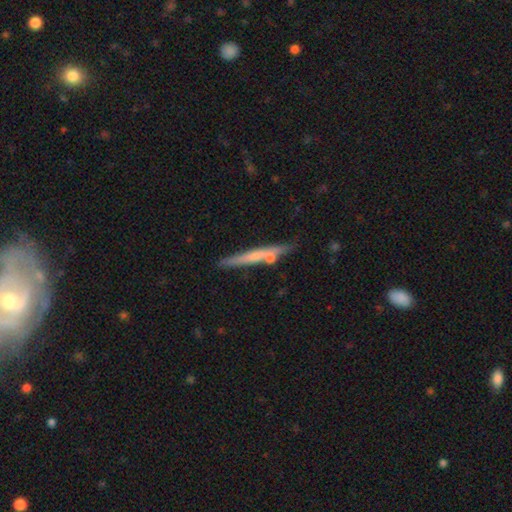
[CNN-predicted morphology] Smooth or featured?
  - smooth: 48% *
  - featured or disk: 46%
  - star or artifact: 6%
Merging?
  - none: 77% *
  - minor disturbance: 12%
  - merger: 9%
  - major disturbance: 2%